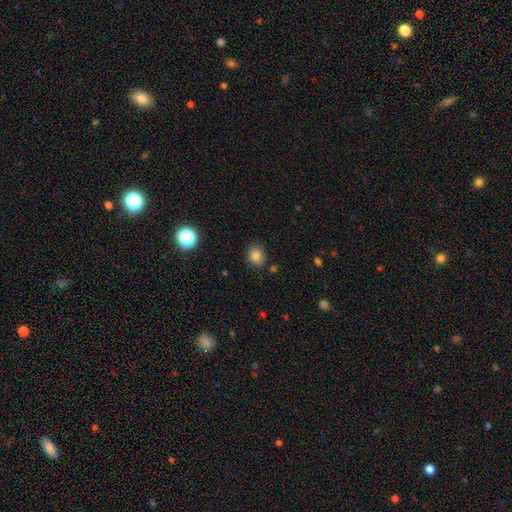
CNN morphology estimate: Q: Smooth or featured?
A: smooth (83%); runner-up: star or artifact (11%)
Q: How rounded?
A: in between (50%); runner-up: round (49%)
Q: Merging?
A: none (80%); runner-up: minor disturbance (15%)